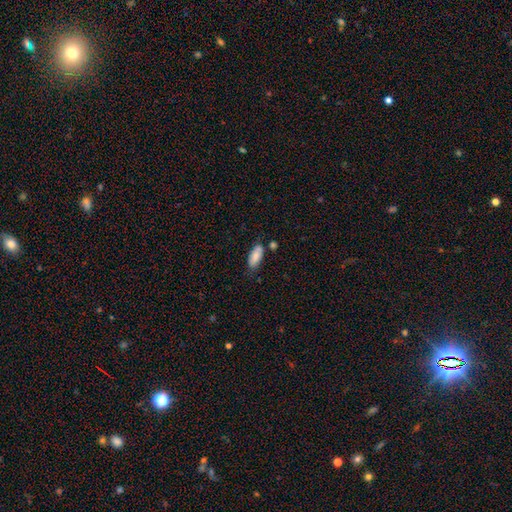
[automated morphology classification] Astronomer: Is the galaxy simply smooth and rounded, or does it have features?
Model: smooth — 83%.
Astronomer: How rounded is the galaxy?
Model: in between — 84%.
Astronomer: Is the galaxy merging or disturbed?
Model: none — 67%.